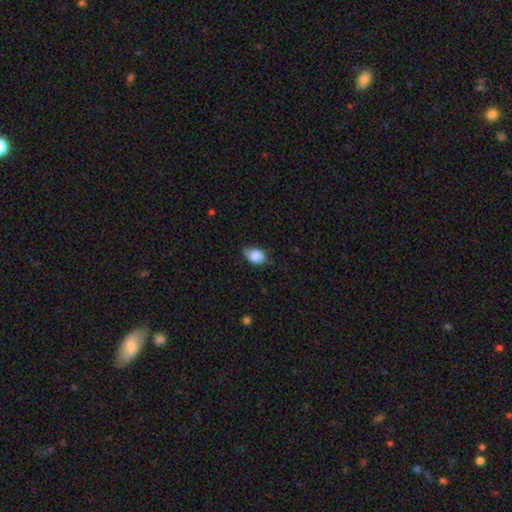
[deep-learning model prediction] Smooth or featured: smooth — 83% (featured or disk — 10%)
How rounded: in between — 73% (round — 26%)
Merging: none — 50% (minor disturbance — 40%)